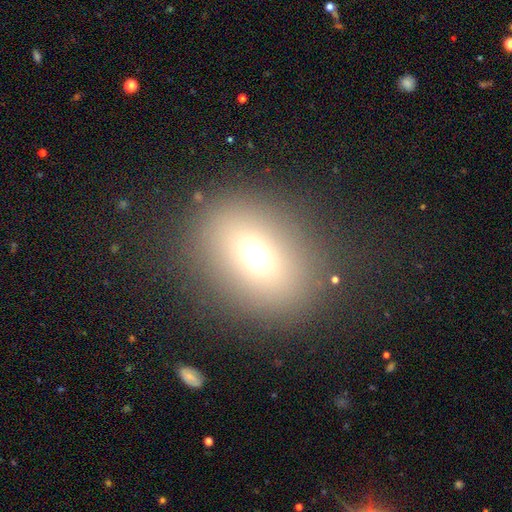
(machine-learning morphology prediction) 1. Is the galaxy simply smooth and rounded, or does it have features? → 67% smooth, 19% star or artifact, 14% featured or disk.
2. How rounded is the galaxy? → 56% in between, 42% round, 2% cigar-shaped.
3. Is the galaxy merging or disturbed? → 84% none, 9% minor disturbance, 5% major disturbance, 2% merger.